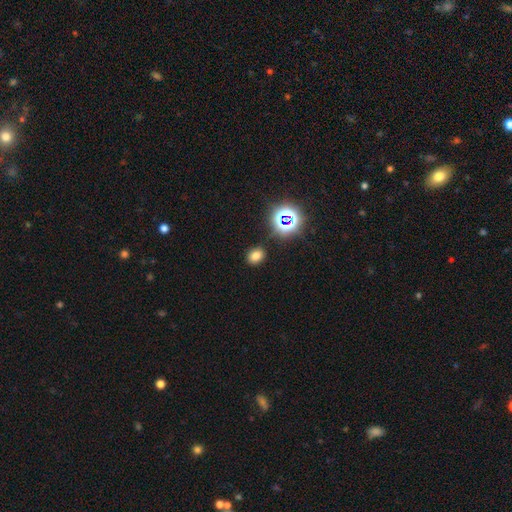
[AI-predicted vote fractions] Smooth or featured? Predicted: smooth (p=0.73). How rounded? Predicted: in between (p=0.55). Merging? Predicted: none (p=0.87).